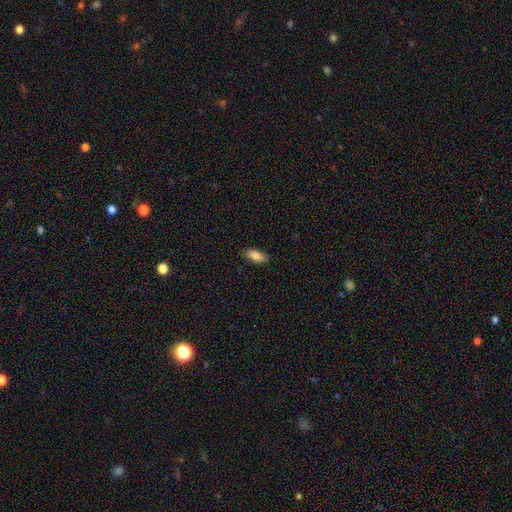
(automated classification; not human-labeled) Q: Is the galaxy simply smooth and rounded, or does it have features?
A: smooth — 84%.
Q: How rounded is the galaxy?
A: in between — 81%.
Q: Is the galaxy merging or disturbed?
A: none — 87%.